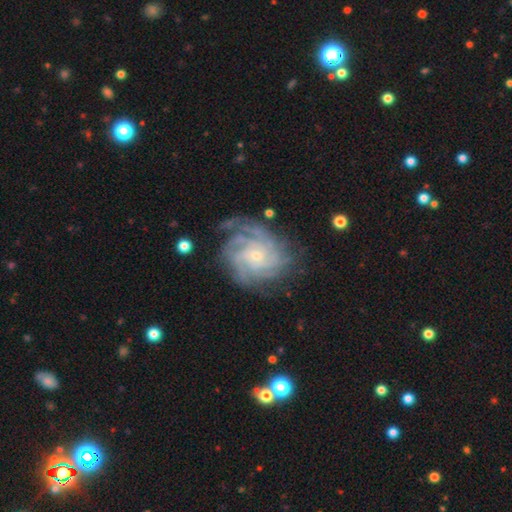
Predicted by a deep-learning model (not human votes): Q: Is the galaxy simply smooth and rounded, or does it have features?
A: featured or disk — 88%.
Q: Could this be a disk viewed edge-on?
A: no — 98%.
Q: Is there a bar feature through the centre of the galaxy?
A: no — 72%.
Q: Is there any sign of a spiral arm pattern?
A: yes — 98%.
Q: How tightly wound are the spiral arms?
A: tight — 70%.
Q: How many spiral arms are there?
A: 4 — 29%.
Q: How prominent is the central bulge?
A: small — 76%.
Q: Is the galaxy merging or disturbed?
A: none — 74%.